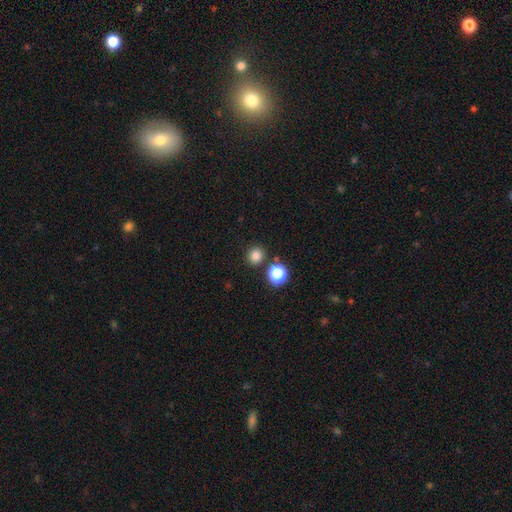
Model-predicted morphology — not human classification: Smooth or featured: smooth — 81% (star or artifact — 15%)
How rounded: round — 89% (in between — 10%)
Merging: none — 85% (merger — 6%)